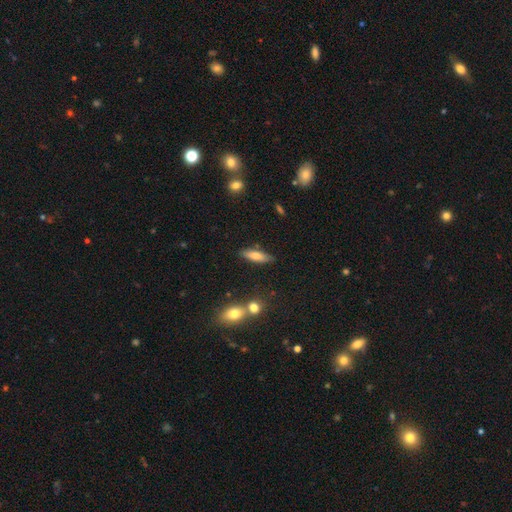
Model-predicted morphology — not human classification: A smooth galaxy with no disk features (74%) that is cigar-shaped (52%).

Vote fractions:
- Smooth or featured? smooth: 74% / featured or disk: 19% / star or artifact: 7%
- How rounded? cigar-shaped: 52% / in between: 45% / round: 2%
- Merging? none: 79% / minor disturbance: 13% / merger: 5% / major disturbance: 3%